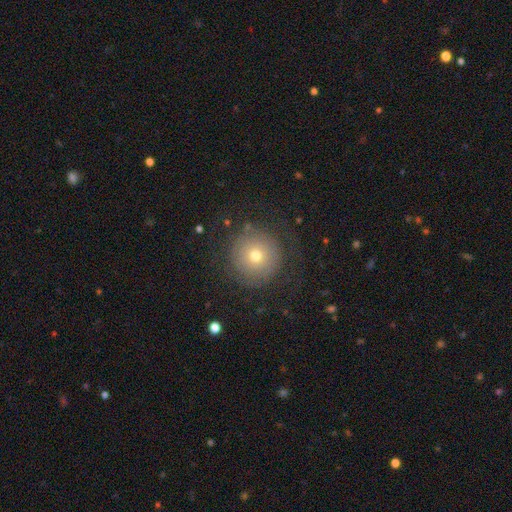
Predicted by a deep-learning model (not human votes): smooth-or-featured: smooth: 58% | featured or disk: 28% | star or artifact: 14%
  how-rounded: round: 95% | in between: 4% | cigar-shaped: 1%
  merging: none: 79% | minor disturbance: 11% | major disturbance: 8% | merger: 1%